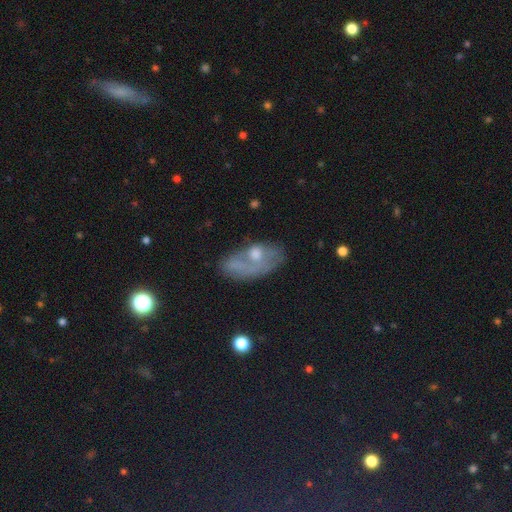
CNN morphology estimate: The model was most divided on "smooth or featured": featured or disk: 39%, smooth: 31%, star or artifact: 30%. More confident: merging — none (54%).